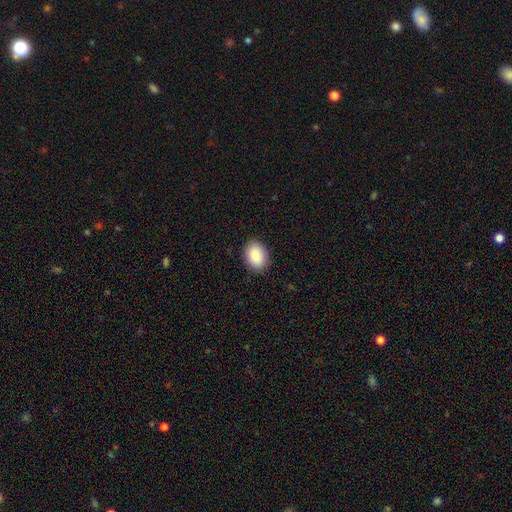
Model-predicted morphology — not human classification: A smooth galaxy with no disk features (88%) that is in between round and cigar-shaped (80%).

Vote fractions:
- Smooth or featured? smooth: 88% / star or artifact: 7% / featured or disk: 6%
- How rounded? in between: 80% / round: 19% / cigar-shaped: 1%
- Merging? none: 89% / minor disturbance: 8% / major disturbance: 2% / merger: 1%